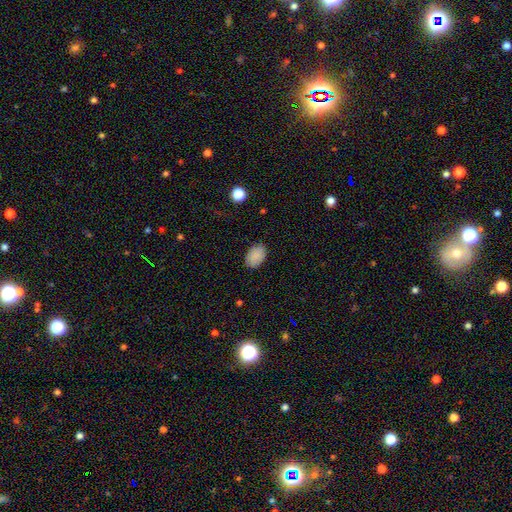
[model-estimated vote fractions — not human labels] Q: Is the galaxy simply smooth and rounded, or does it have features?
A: smooth — 87%.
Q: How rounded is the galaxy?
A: in between — 86%.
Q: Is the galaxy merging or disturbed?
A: none — 82%.